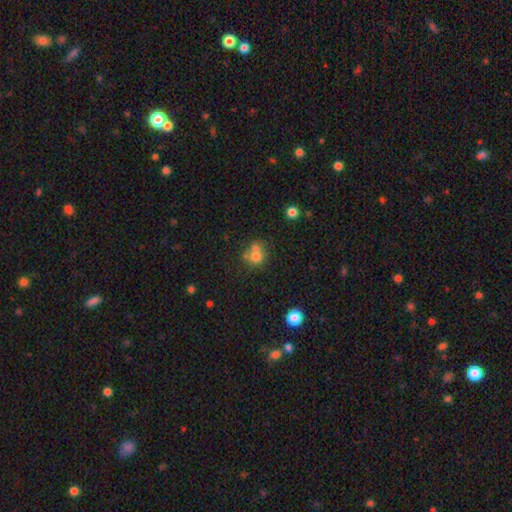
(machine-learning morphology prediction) This appears to be a smooth galaxy with no disk features (70%) that is round (77%). Merging: none (42%).